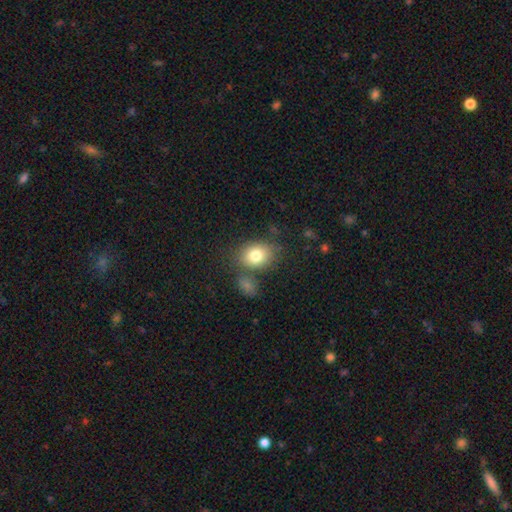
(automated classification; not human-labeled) Q: Smooth or featured?
A: smooth (80%); runner-up: featured or disk (11%)
Q: How rounded?
A: in between (58%); runner-up: round (41%)
Q: Merging?
A: none (67%); runner-up: minor disturbance (14%)